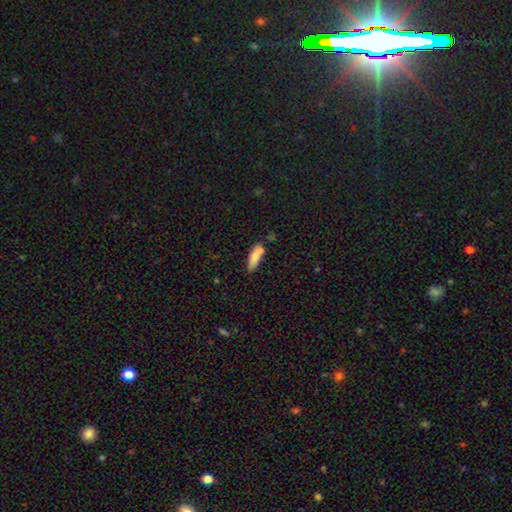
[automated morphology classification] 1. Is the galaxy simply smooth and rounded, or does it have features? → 81% smooth, 11% featured or disk, 8% star or artifact.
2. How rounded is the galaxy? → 60% in between, 37% cigar-shaped, 2% round.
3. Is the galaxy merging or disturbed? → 57% none, 19% minor disturbance, 18% merger, 5% major disturbance.